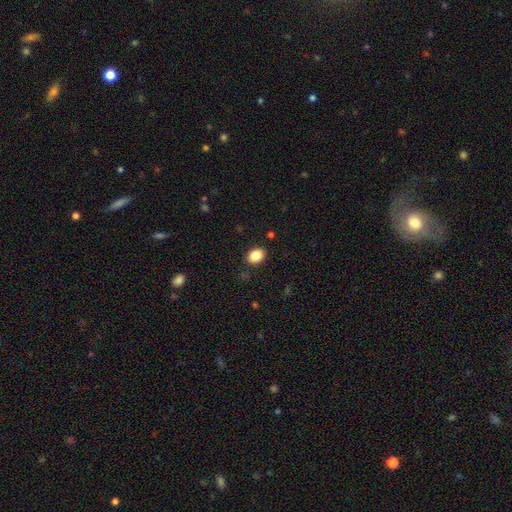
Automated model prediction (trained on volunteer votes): A smooth galaxy with no disk features (87%) that is in between round and cigar-shaped (68%).

Vote fractions:
- Smooth or featured? smooth: 87% / star or artifact: 9% / featured or disk: 4%
- How rounded? in between: 68% / round: 31% / cigar-shaped: 1%
- Merging? none: 88% / minor disturbance: 8% / major disturbance: 2% / merger: 1%